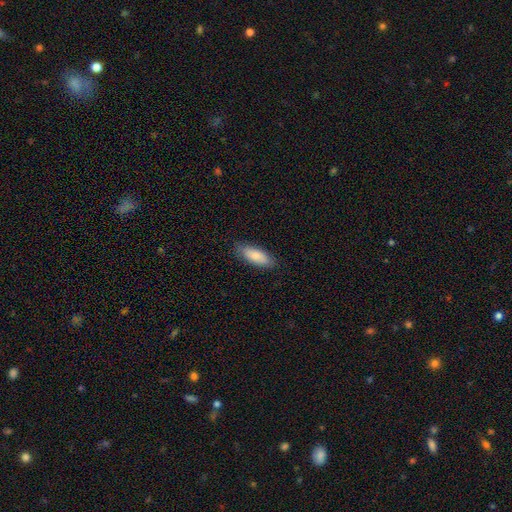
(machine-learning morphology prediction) This is clearly a smooth galaxy (83%). How rounded: likely in between (74%). Merging: clearly none (85%).